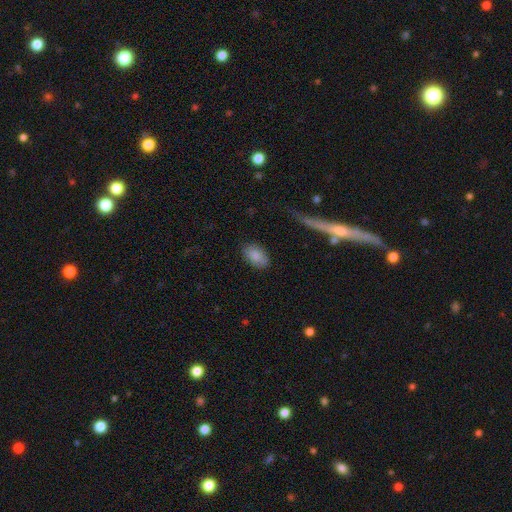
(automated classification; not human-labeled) Smooth or featured? smooth (84%)
How rounded? in between (90%)
Merging? none (84%)